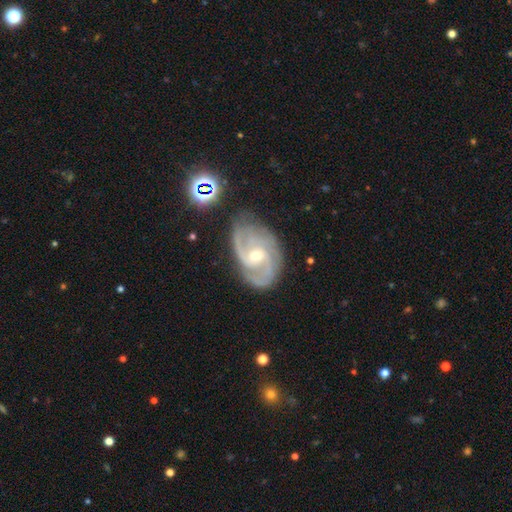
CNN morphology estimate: smooth_or_featured: featured or disk (p=0.88) [alt: smooth p=0.06]
disk_edge_on: no (p=0.97) [alt: yes p=0.03]
bar: weak (p=0.46) [alt: no p=0.44]
has_spiral_arms: yes (p=0.97) [alt: no p=0.03]
spiral_winding: medium (p=0.48) [alt: tight p=0.40]
spiral_arm_count: 2 (p=0.47) [alt: 3 p=0.28]
bulge_size: moderate (p=0.50) [alt: small p=0.47]
merging: none (p=0.69) [alt: minor disturbance p=0.21]